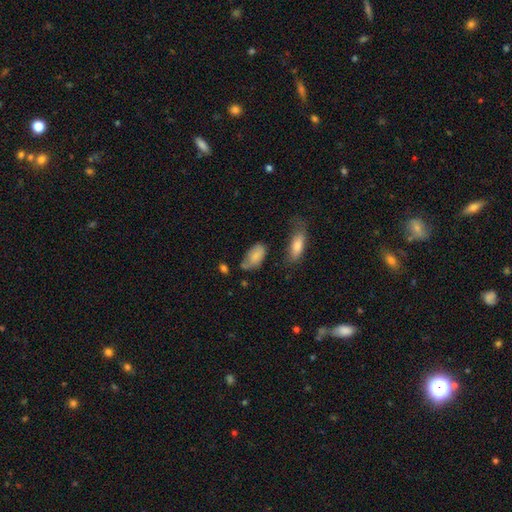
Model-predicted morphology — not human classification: Smooth or featured? Predicted: smooth (p=0.80). How rounded? Predicted: in between (p=0.93). Merging? Predicted: none (p=0.51).